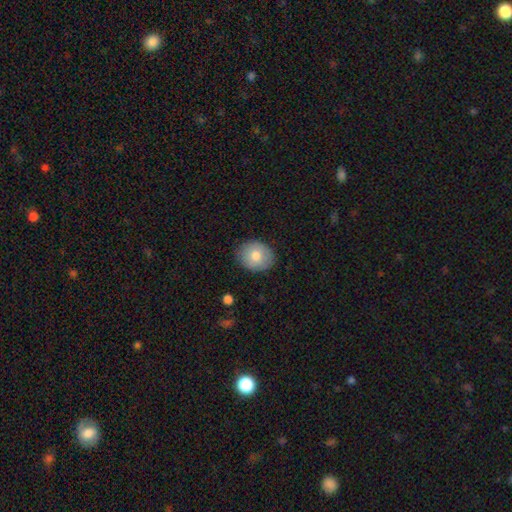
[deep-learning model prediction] This is likely a smooth galaxy (76%). How rounded: possibly round (53%). Merging: clearly none (86%).